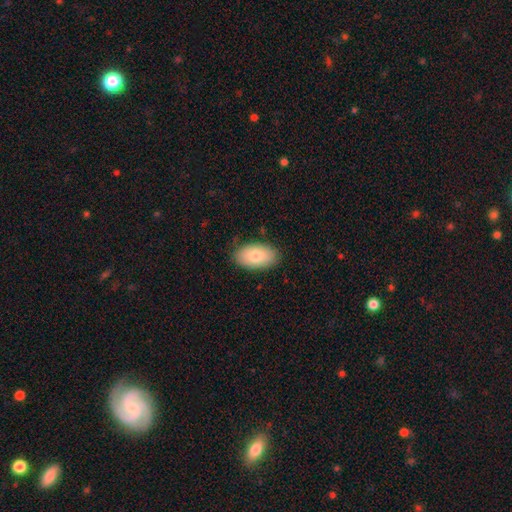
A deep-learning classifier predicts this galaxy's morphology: A smooth galaxy with no disk features (78%) that is in between round and cigar-shaped (94%). Merging: none (86%).